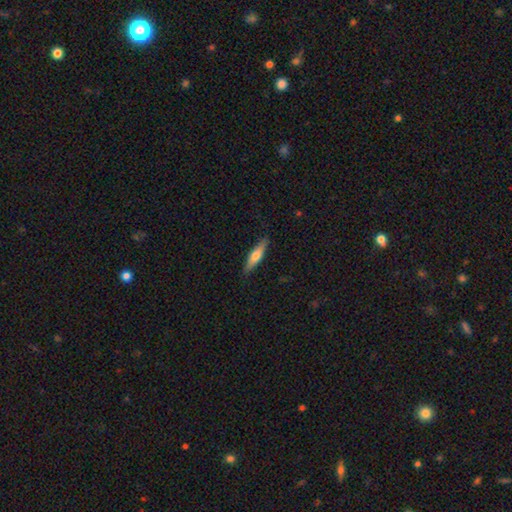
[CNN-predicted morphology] Overall: smooth (52%; featured or disk 42%). How rounded: cigar-shaped (78%). Merging: none (88%).